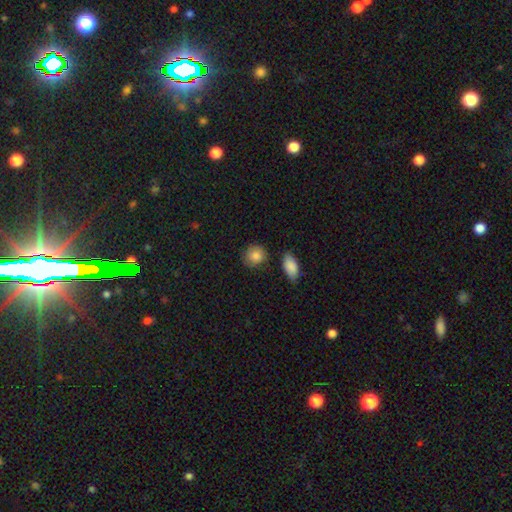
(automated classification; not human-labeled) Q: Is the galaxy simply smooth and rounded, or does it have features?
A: smooth — 85%.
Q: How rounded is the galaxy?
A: round — 76%.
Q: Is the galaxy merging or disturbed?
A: none — 78%.